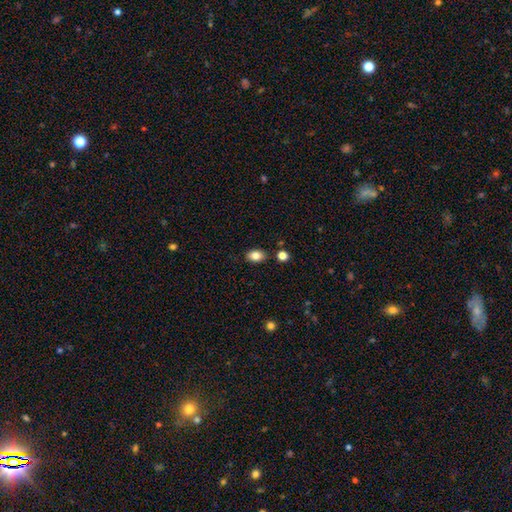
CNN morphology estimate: A smooth galaxy with no disk features (83%) that is in between round and cigar-shaped (80%). Merging: none (84%).